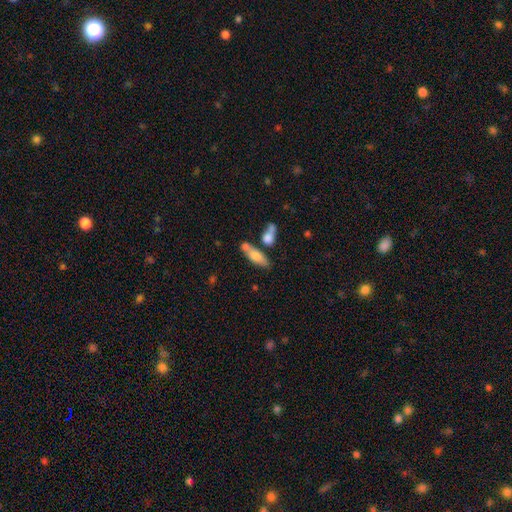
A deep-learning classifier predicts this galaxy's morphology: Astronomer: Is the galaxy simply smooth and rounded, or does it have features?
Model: smooth — 72%.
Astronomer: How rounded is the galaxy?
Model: in between — 61%.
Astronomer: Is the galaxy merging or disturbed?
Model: none — 46% (runner-up: merger, 33%).